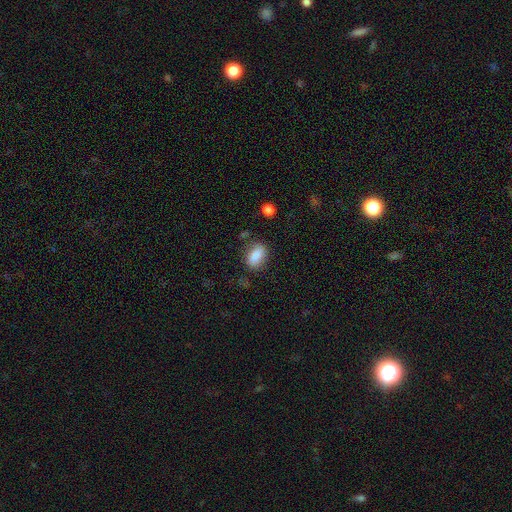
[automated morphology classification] The model was most divided on "merging": none: 71%, minor disturbance: 19%, major disturbance: 6%, merger: 4%. More confident: how rounded — in between (84%); smooth or featured — smooth (80%).